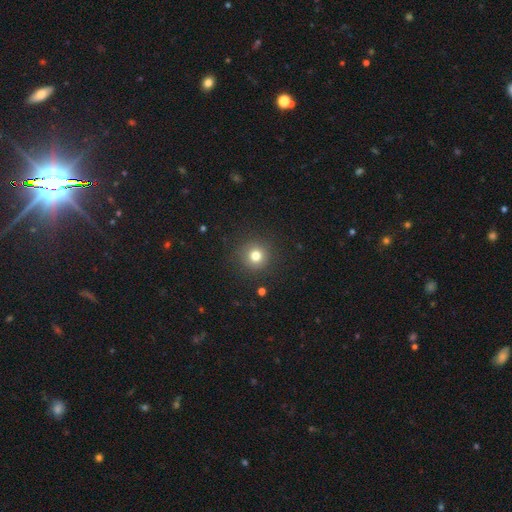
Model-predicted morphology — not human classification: The model was most divided on "smooth or featured": smooth: 78%, star or artifact: 14%, featured or disk: 8%. More confident: how rounded — round (95%); merging — none (89%).